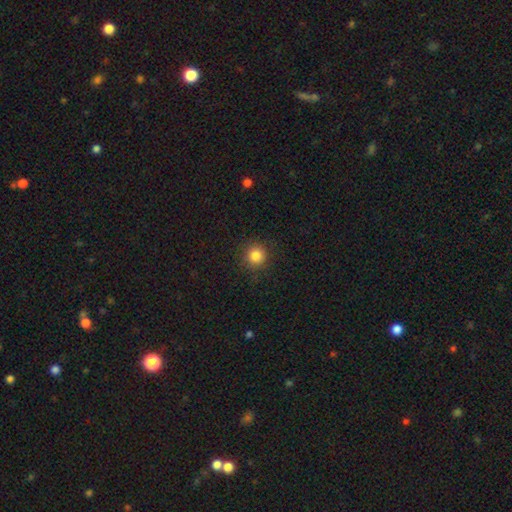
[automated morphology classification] This is clearly a smooth galaxy (84%). How rounded: clearly round (93%). Merging: clearly none (90%).